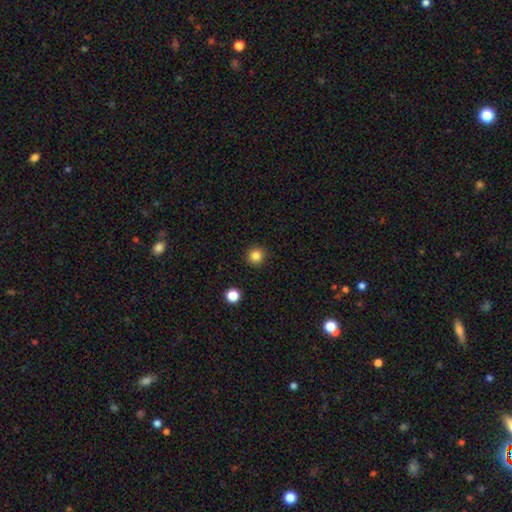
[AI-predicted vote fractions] Smooth or featured: smooth — 84% (star or artifact — 12%)
How rounded: round — 95% (in between — 4%)
Merging: none — 92% (minor disturbance — 5%)